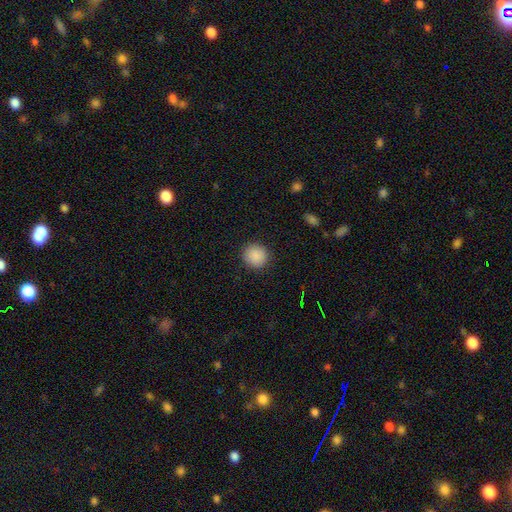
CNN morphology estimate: Smooth or featured? Predicted: smooth (p=0.89). How rounded? Predicted: round (p=0.89). Merging? Predicted: none (p=0.91).